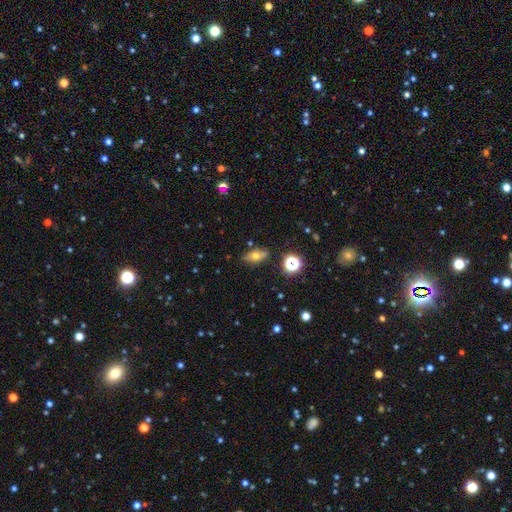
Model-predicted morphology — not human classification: smooth-or-featured: smooth: 55% | featured or disk: 28% | star or artifact: 16%
  how-rounded: in between: 75% | cigar-shaped: 14% | round: 12%
  merging: none: 80% | minor disturbance: 14% | major disturbance: 3% | merger: 3%